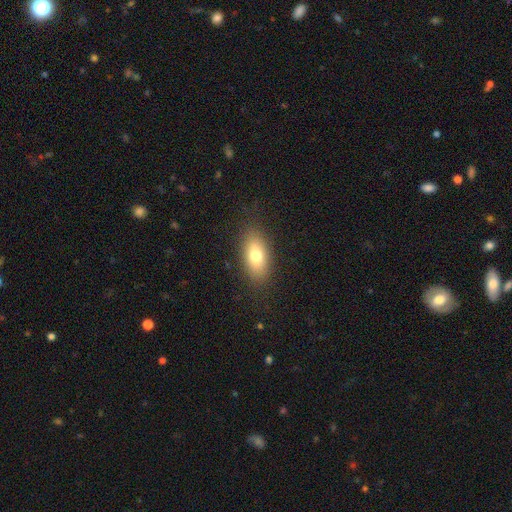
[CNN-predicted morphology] type=smooth (75%); roundness=in between (86%); merging=none (85%).